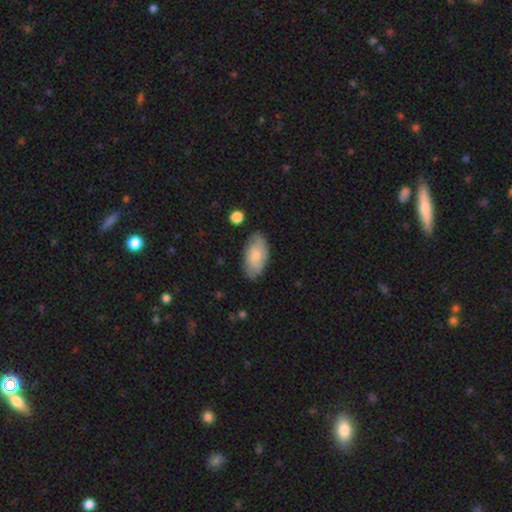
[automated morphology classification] A smooth galaxy with no disk features (60%) that is in between round and cigar-shaped (93%).

Vote fractions:
- Smooth or featured? smooth: 60% / featured or disk: 34% / star or artifact: 6%
- How rounded? in between: 93% / round: 4% / cigar-shaped: 3%
- Merging? none: 75% / minor disturbance: 19% / major disturbance: 4% / merger: 2%